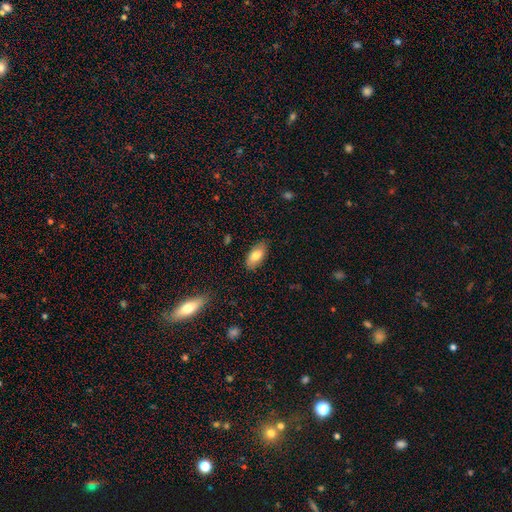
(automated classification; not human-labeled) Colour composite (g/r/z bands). It shows a smooth galaxy with no disk features (79%) that is in between round and cigar-shaped (91%). Merging: none (85%).